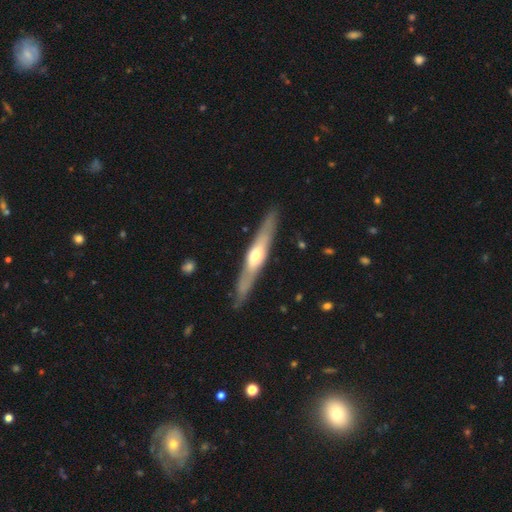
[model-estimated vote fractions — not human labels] smooth_or_featured: featured or disk (p=0.64) [alt: smooth p=0.31]
disk_edge_on: yes (p=0.91) [alt: no p=0.09]
edge_on_bulge: rounded (p=0.84) [alt: none p=0.09]
merging: none (p=0.86) [alt: minor disturbance p=0.10]